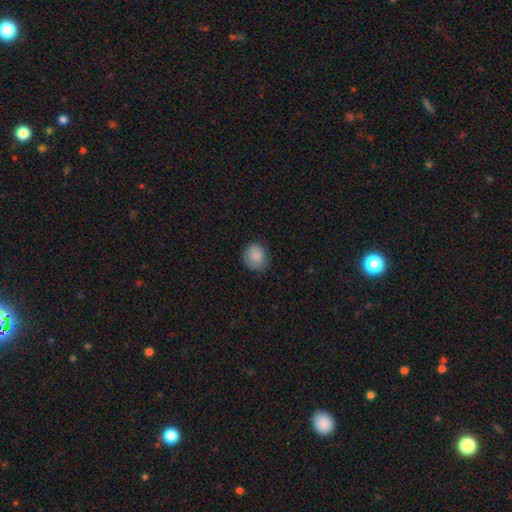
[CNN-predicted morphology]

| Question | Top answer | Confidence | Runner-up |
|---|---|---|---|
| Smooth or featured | smooth | 86% | star or artifact (8%) |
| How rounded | round | 75% | in between (24%) |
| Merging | none | 75% | minor disturbance (19%) |